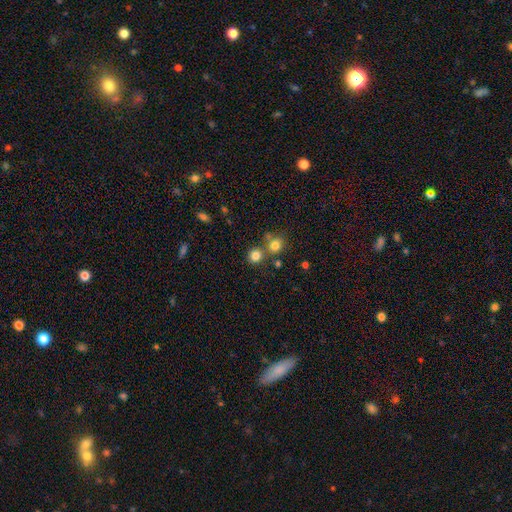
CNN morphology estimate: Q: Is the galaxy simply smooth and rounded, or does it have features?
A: smooth — 80%.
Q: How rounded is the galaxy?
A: round — 89%.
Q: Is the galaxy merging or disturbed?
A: none — 69%.